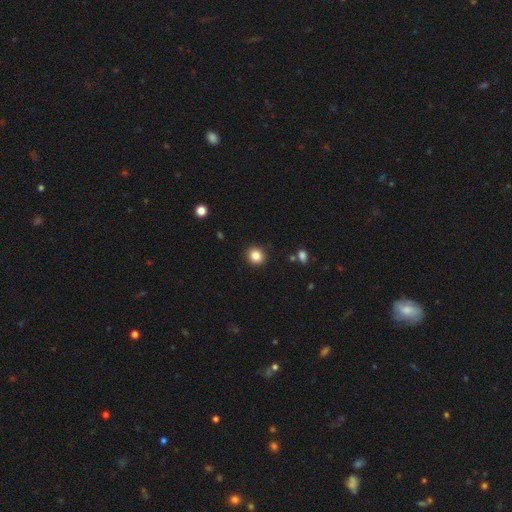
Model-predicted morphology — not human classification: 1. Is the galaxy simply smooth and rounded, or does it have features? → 85% smooth, 10% star or artifact, 5% featured or disk.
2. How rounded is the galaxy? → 87% round, 12% in between, 1% cigar-shaped.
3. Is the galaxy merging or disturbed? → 91% none, 6% minor disturbance, 2% major disturbance, 1% merger.